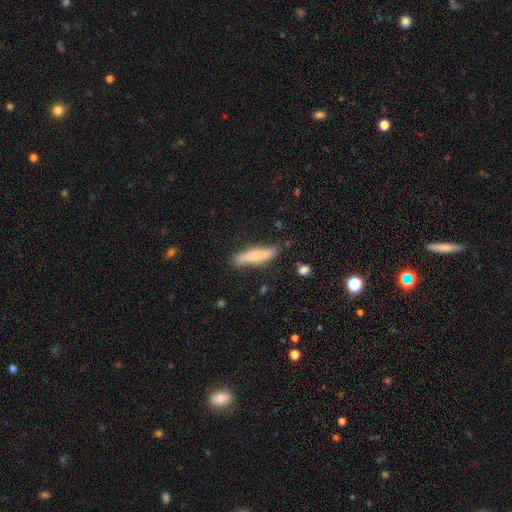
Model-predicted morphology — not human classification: A smooth galaxy with no disk features (72%) that is cigar-shaped (84%).

Vote fractions:
- Smooth or featured? smooth: 72% / featured or disk: 22% / star or artifact: 6%
- How rounded? cigar-shaped: 84% / in between: 15% / round: 2%
- Merging? none: 82% / minor disturbance: 13% / major disturbance: 3% / merger: 2%